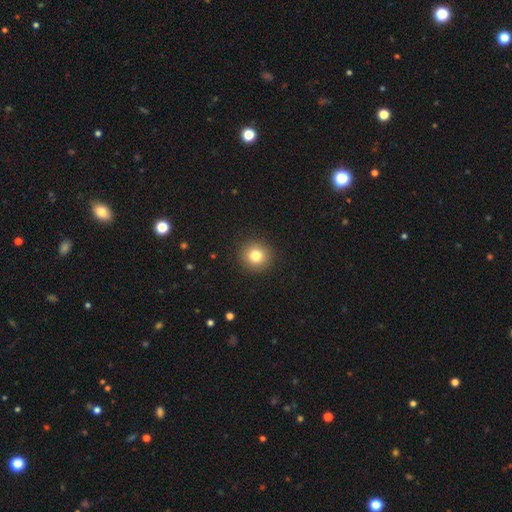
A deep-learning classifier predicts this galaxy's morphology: Smooth or featured? Predicted: smooth (p=0.81). How rounded? Predicted: round (p=0.92). Merging? Predicted: none (p=0.92).